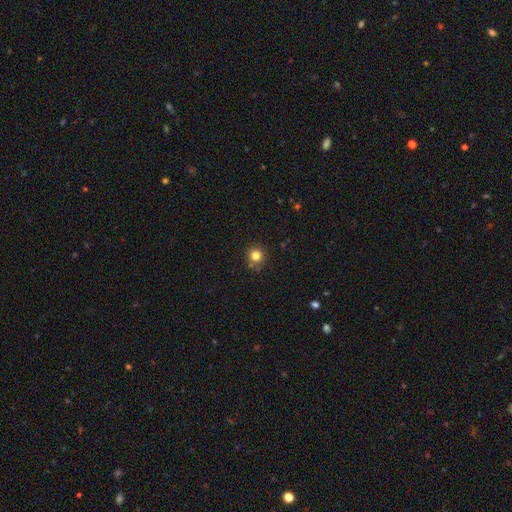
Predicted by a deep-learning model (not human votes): smooth-or-featured: smooth: 81% | star or artifact: 13% | featured or disk: 6%
  how-rounded: round: 92% | in between: 7% | cigar-shaped: 1%
  merging: none: 82% | minor disturbance: 10% | merger: 5% | major disturbance: 3%